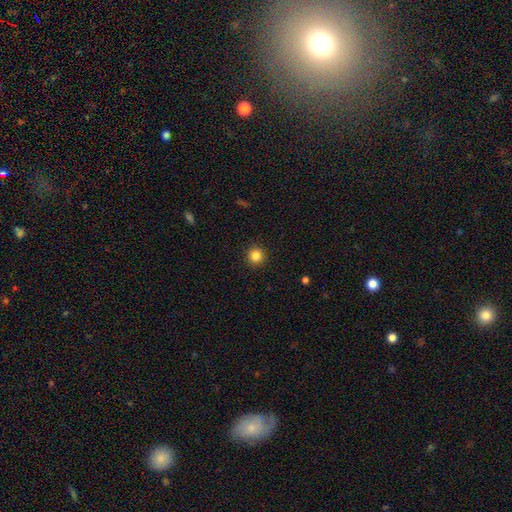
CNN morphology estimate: Smooth or featured?
  - smooth: 85% *
  - star or artifact: 11%
  - featured or disk: 4%
How rounded?
  - round: 94% *
  - in between: 5%
  - cigar-shaped: 1%
Merging?
  - none: 92% *
  - minor disturbance: 5%
  - major disturbance: 2%
  - merger: 1%